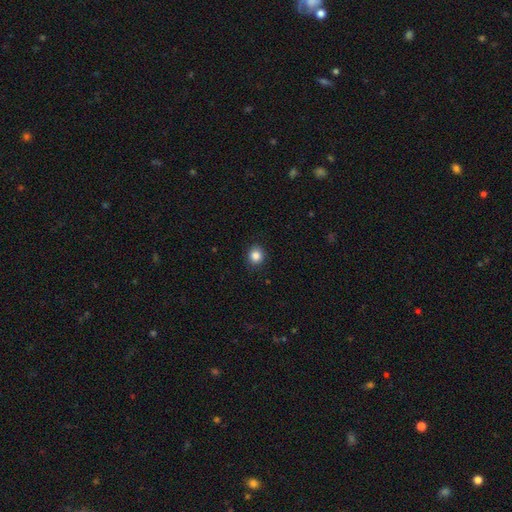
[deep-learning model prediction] Smooth or featured?
  - smooth: 85% *
  - star or artifact: 11%
  - featured or disk: 5%
How rounded?
  - round: 86% *
  - in between: 14%
  - cigar-shaped: 1%
Merging?
  - none: 91% *
  - minor disturbance: 6%
  - major disturbance: 2%
  - merger: 1%